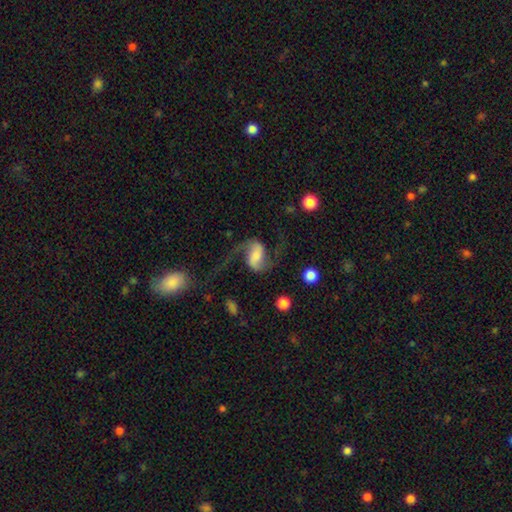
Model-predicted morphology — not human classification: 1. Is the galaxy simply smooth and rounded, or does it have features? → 84% featured or disk, 10% smooth, 6% star or artifact.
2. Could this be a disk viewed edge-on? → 98% no, 2% yes.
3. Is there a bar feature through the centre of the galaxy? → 42% weak, 32% strong, 26% no.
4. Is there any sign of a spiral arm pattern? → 97% yes, 3% no.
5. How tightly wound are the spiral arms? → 71% loose, 24% medium, 5% tight.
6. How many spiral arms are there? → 94% 2, 2% 1, 1% can't tell, 1% 3, 1% 4, 1% more than 4.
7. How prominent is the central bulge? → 31% moderate, 24% small, 21% large, 20% none, 5% dominant.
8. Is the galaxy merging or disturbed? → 66% none, 18% major disturbance, 13% minor disturbance, 3% merger.